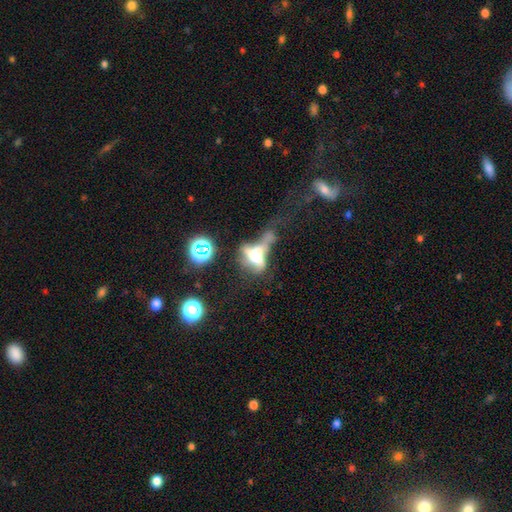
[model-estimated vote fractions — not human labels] Smooth or featured? Predicted: featured or disk (p=0.46). Merging? Predicted: major disturbance (p=0.38).